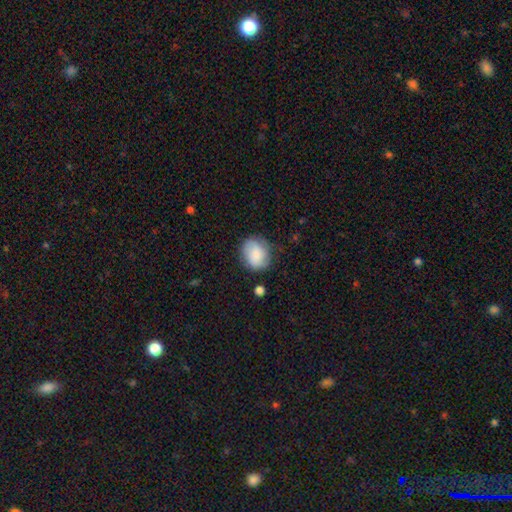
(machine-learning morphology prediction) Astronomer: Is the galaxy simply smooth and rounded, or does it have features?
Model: smooth — 75%.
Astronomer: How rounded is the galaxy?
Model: round — 62%.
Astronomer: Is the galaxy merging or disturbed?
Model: none — 70%.